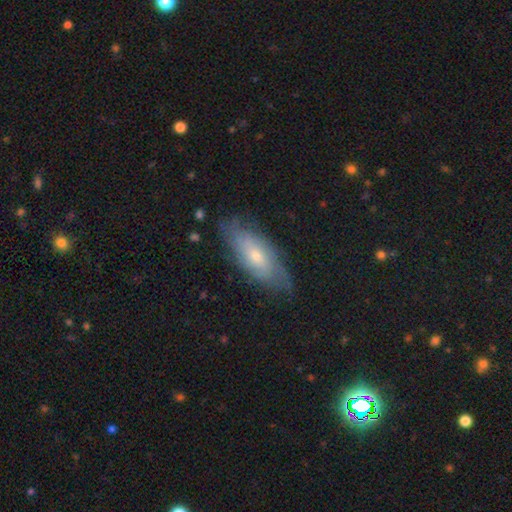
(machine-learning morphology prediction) Smooth or featured?
  - featured or disk: 58% *
  - smooth: 35%
  - star or artifact: 7%
Edge-on disk?
  - no: 81% *
  - yes: 19%
Merging?
  - none: 73% *
  - minor disturbance: 20%
  - major disturbance: 6%
  - merger: 1%